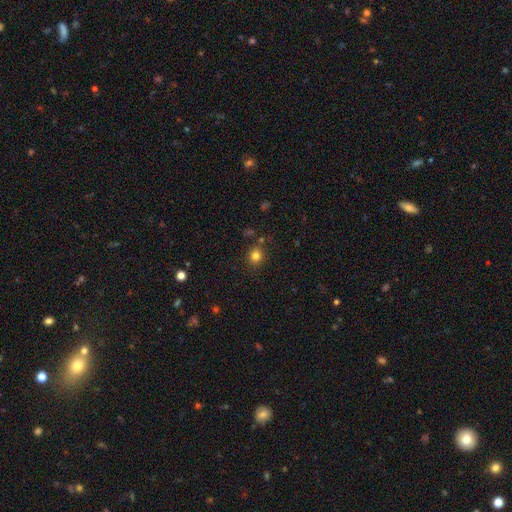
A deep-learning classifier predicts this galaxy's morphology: Smooth or featured? Predicted: smooth (p=0.80). How rounded? Predicted: round (p=0.82). Merging? Predicted: none (p=0.82).